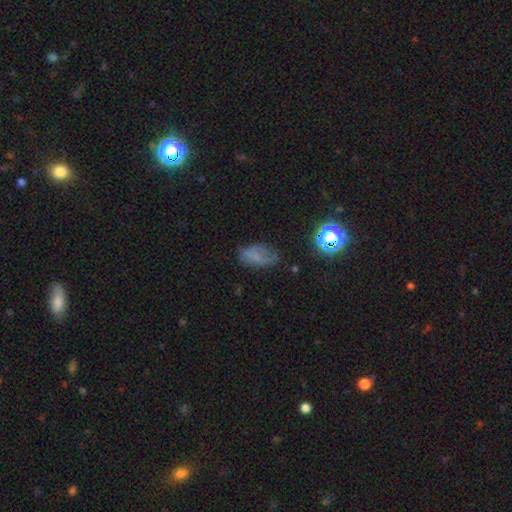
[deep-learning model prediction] Smooth or featured?
  - smooth: 59% *
  - featured or disk: 21%
  - star or artifact: 19%
How rounded?
  - in between: 88% *
  - round: 9%
  - cigar-shaped: 3%
Merging?
  - none: 51% *
  - minor disturbance: 32%
  - major disturbance: 15%
  - merger: 2%